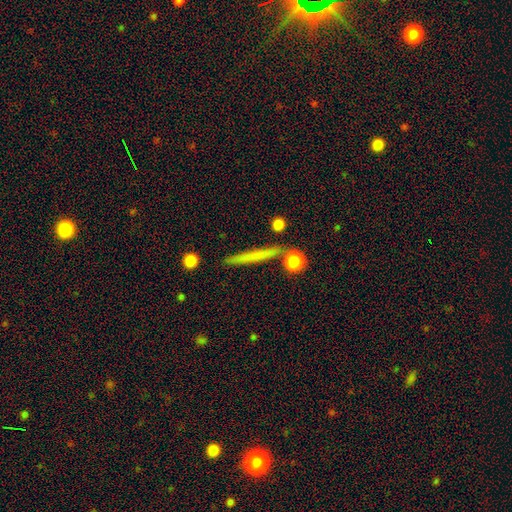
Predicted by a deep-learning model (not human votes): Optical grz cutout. It shows a smooth galaxy with no disk features (58%) that is cigar-shaped (93%). Merging: none (84%).